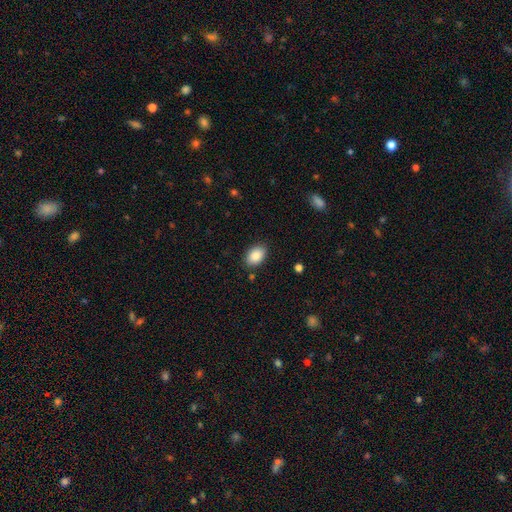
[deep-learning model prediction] A smooth galaxy with no disk features (88%) that is in between round and cigar-shaped (88%). Merging: none (86%).